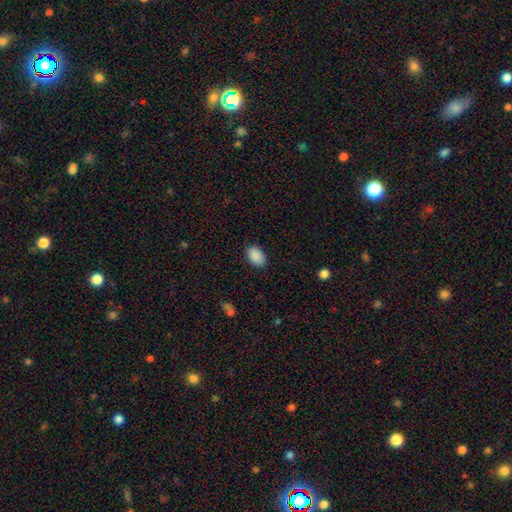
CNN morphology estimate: Smooth or featured? smooth (90%)
How rounded? in between (91%)
Merging? none (87%)